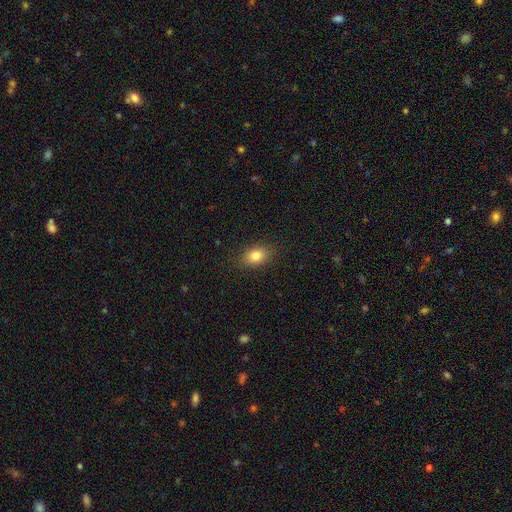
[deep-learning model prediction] smooth-or-featured: smooth: 83% | star or artifact: 9% | featured or disk: 8%
  how-rounded: in between: 77% | round: 21% | cigar-shaped: 2%
  merging: none: 86% | minor disturbance: 10% | major disturbance: 3% | merger: 1%